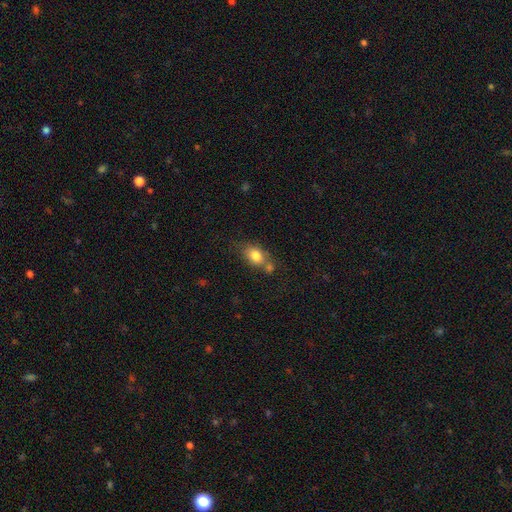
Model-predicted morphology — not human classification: This is likely a smooth galaxy (79%). How rounded: likely in between (73%). Merging: possibly none (48%).